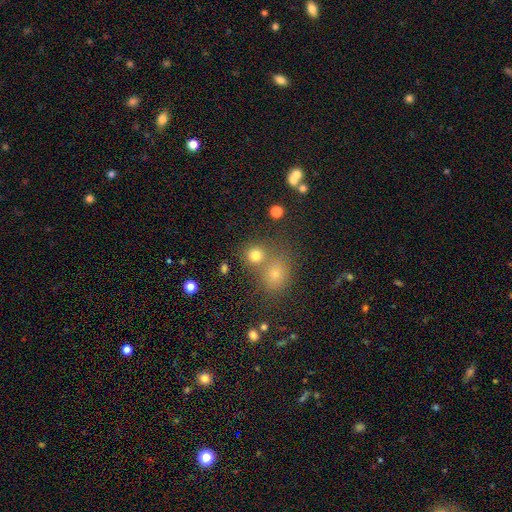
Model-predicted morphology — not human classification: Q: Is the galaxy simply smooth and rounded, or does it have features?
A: smooth — 74%.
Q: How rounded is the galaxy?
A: round — 84%.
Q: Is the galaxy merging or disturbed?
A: none — 59%.